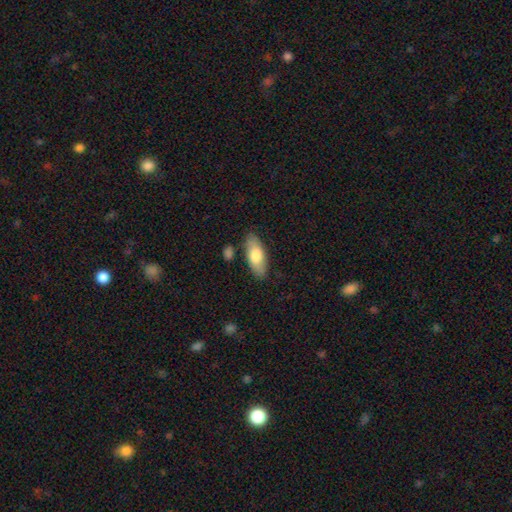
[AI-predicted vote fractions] smooth-or-featured: smooth: 73% | featured or disk: 22% | star or artifact: 5%
  how-rounded: in between: 81% | cigar-shaped: 17% | round: 2%
  merging: none: 82% | minor disturbance: 12% | merger: 3% | major disturbance: 3%